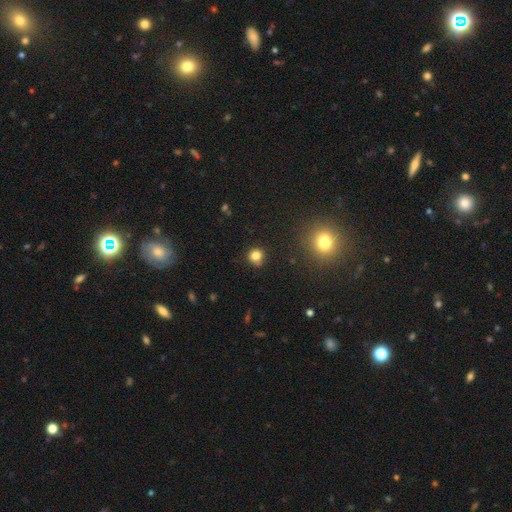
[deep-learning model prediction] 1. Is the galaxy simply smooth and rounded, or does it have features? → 80% smooth, 14% star or artifact, 6% featured or disk.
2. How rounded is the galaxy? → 87% round, 12% in between, 1% cigar-shaped.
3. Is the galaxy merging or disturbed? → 75% none, 16% minor disturbance, 5% merger, 4% major disturbance.